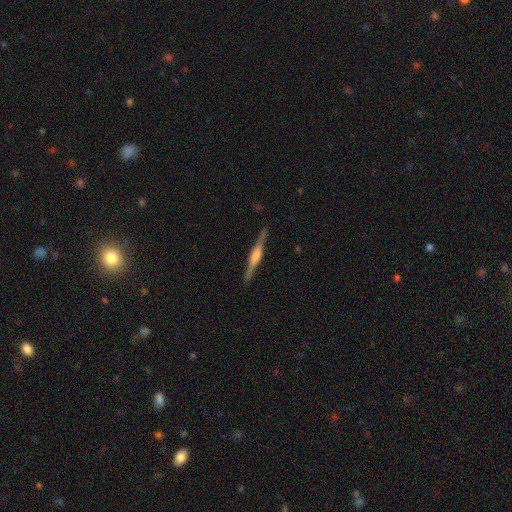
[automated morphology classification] This appears to be a featured or disk galaxy (80%) viewed edge-on (98%) with a rounded central bulge (62%). Merging: none (90%).